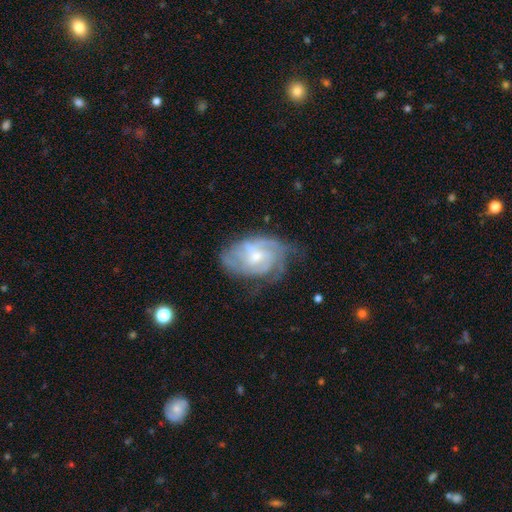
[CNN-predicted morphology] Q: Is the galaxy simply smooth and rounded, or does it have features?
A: featured or disk — 80%.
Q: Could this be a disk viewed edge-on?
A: no — 97%.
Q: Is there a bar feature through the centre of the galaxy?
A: no — 49%.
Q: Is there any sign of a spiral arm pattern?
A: yes — 92%.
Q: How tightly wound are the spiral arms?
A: tight — 49%.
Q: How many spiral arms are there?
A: can't tell — 34%.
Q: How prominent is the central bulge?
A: small — 49%.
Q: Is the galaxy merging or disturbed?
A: none — 57%.